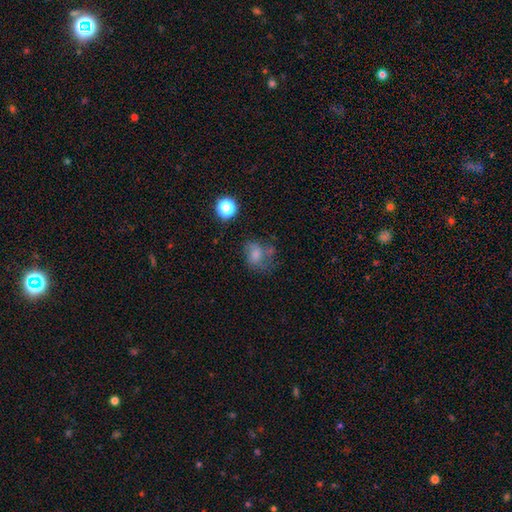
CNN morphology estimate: This is possibly a smooth galaxy (47%). Merging: possibly none (46%).